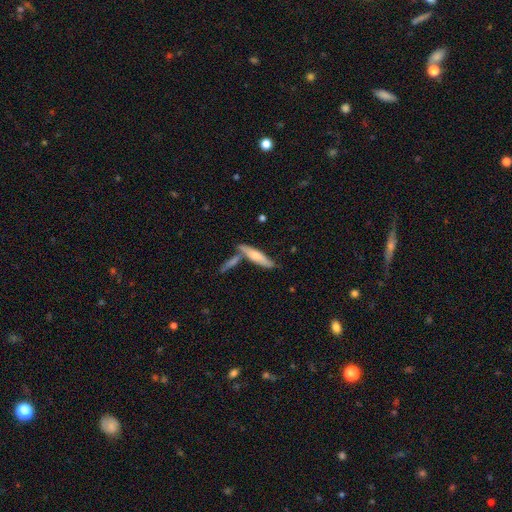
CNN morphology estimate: Overall: smooth (59%; featured or disk 35%). How rounded: cigar-shaped (76%). Merging: none (59%; merger 25%).